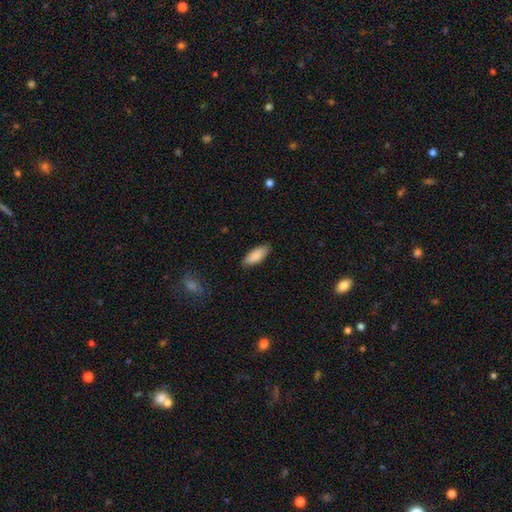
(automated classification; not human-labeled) smooth 89%, star or artifact 6%, featured or disk 5%. Down the decision tree: how rounded — in between (75%); merging — none (87%).